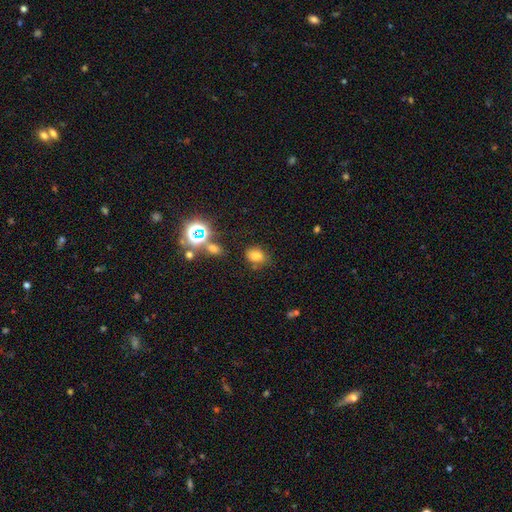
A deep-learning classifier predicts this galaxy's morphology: This is likely a smooth galaxy (73%). How rounded: likely in between (65%). Merging: likely none (68%).